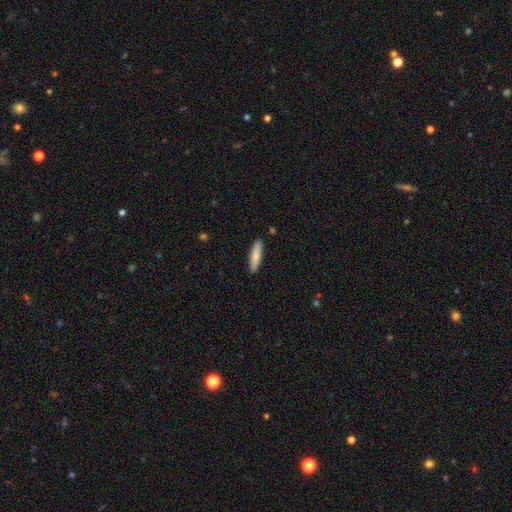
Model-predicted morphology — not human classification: Smooth or featured? Predicted: smooth (p=0.78). How rounded? Predicted: cigar-shaped (p=0.80). Merging? Predicted: none (p=0.90).